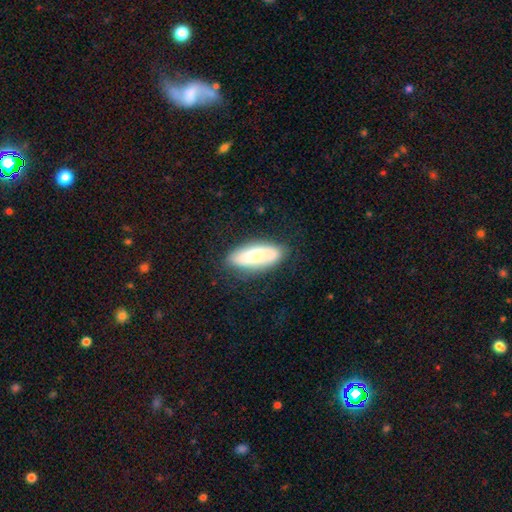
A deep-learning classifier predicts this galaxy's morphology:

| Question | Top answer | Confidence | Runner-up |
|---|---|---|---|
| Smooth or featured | smooth | 59% | featured or disk (34%) |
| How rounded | in between | 76% | cigar-shaped (21%) |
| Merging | none | 78% | minor disturbance (16%) |